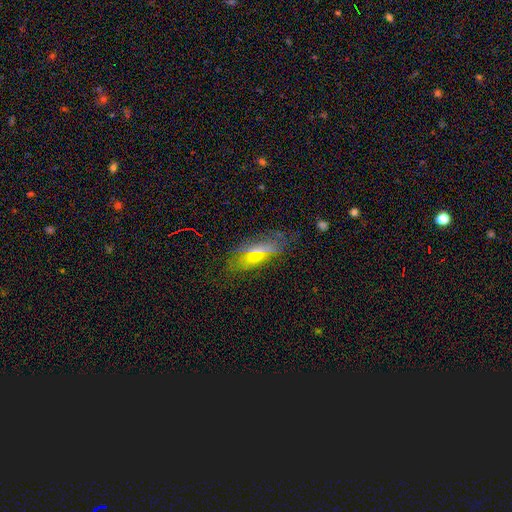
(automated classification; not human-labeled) Smooth or featured?
  - smooth: 53% *
  - featured or disk: 27%
  - star or artifact: 21%
How rounded?
  - in between: 74% *
  - cigar-shaped: 19%
  - round: 7%
Merging?
  - none: 74% *
  - minor disturbance: 17%
  - major disturbance: 6%
  - merger: 3%